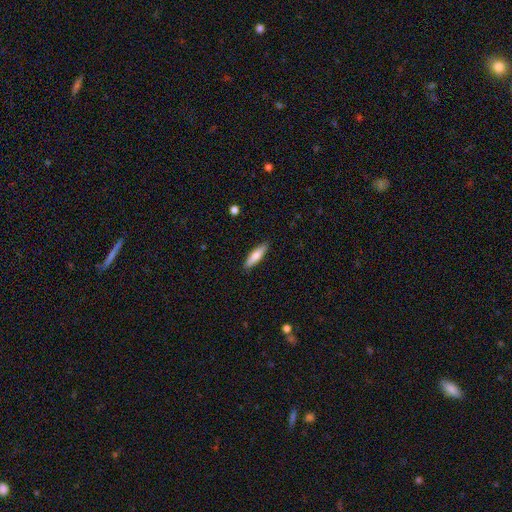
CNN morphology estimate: A smooth galaxy with no disk features (70%) that is cigar-shaped (70%). Merging: none (90%).